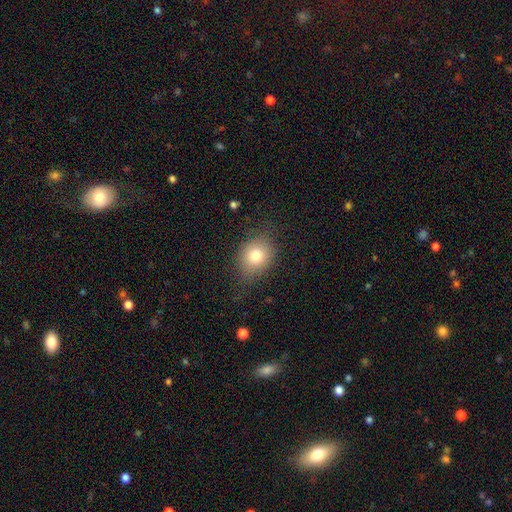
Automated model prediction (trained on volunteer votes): Overall: smooth (77%). How rounded: round (52%; in between 47%). Merging: none (73%).